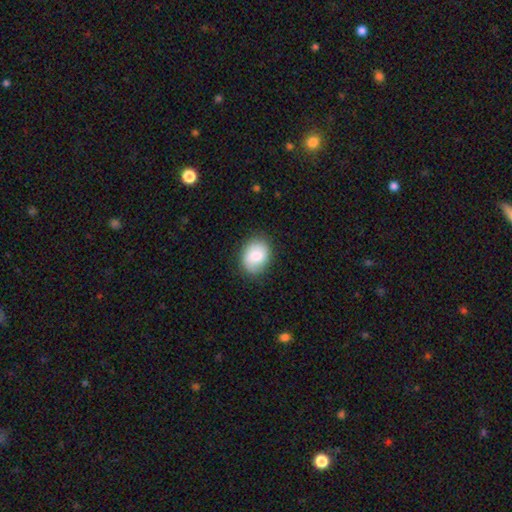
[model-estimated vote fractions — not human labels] Smooth or featured?
  - smooth: 78% *
  - featured or disk: 15%
  - star or artifact: 7%
How rounded?
  - in between: 53% *
  - round: 46%
  - cigar-shaped: 1%
Merging?
  - none: 83% *
  - minor disturbance: 13%
  - major disturbance: 3%
  - merger: 1%